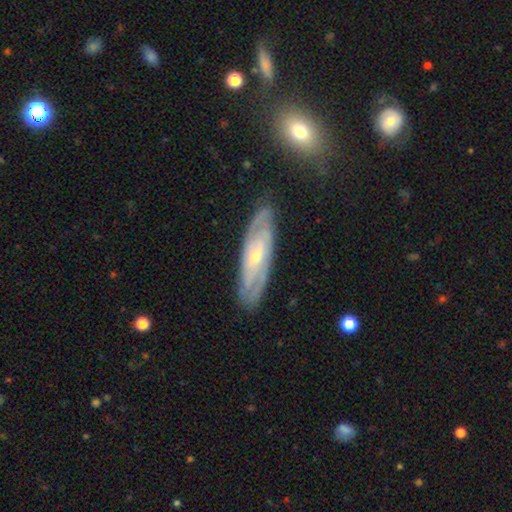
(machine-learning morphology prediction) Overall: featured or disk (79%). Edge-on disk: no (80%). Bar: no (50%; weak 36%). Spiral arms: yes (89%). Spiral arm count: can't tell (40%; 2 38%). Spiral winding: tight (63%; medium 29%). Bulge size: small (64%; moderate 33%). Merging: none (82%).